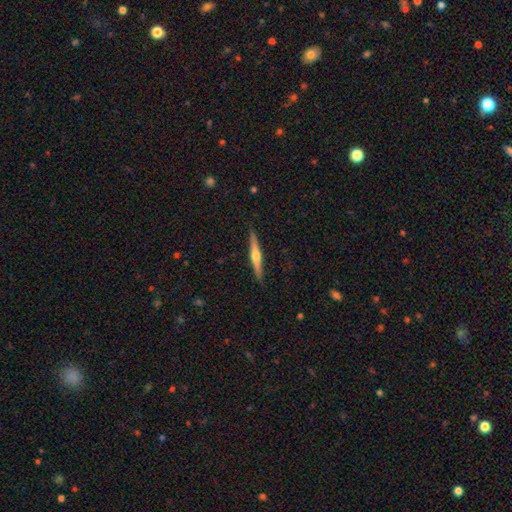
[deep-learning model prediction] smooth-or-featured: featured or disk: 67% | smooth: 28% | star or artifact: 6%
  disk-edge-on: yes: 97% | no: 3%
    edge-on-bulge: rounded: 89% | none: 7% | boxy: 4%
  merging: none: 89% | minor disturbance: 8% | major disturbance: 2% | merger: 1%